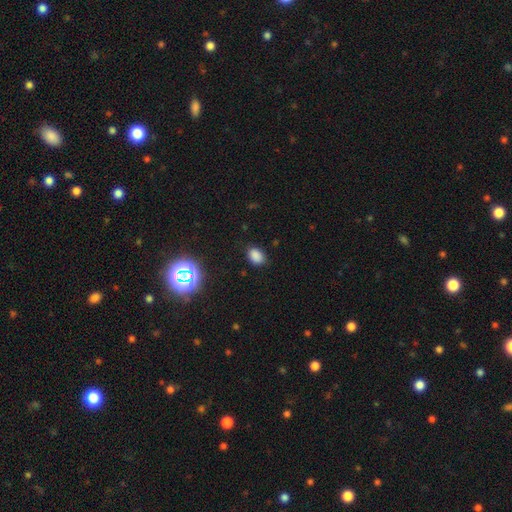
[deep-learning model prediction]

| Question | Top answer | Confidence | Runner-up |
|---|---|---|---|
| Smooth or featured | smooth | 79% | star or artifact (17%) |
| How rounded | in between | 76% | round (23%) |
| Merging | none | 84% | minor disturbance (12%) |